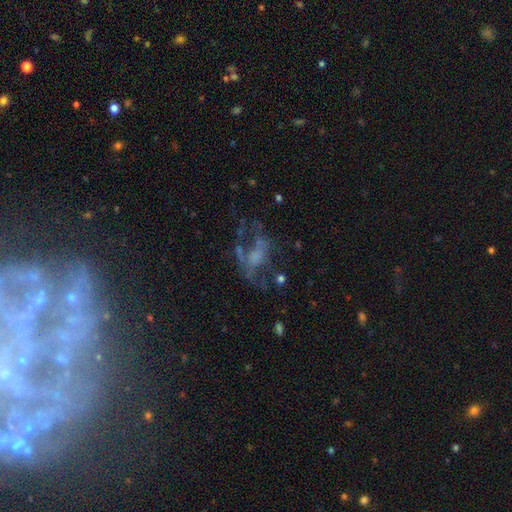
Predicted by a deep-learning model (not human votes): This appears to be a featured or disk galaxy (59%) with no bar (72%), no spiral arms (65%) and no central bulge (46%). Merging: major disturbance (39%).